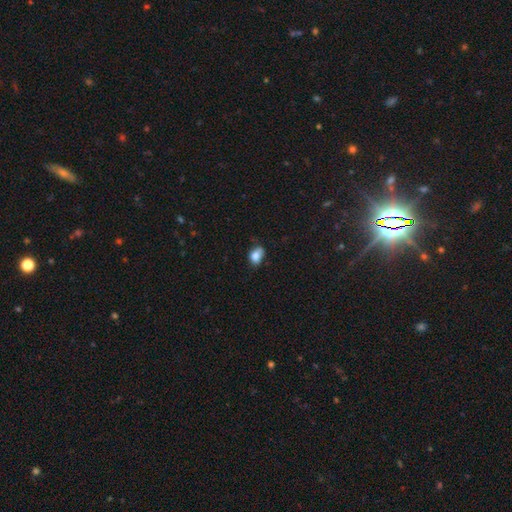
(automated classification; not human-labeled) A smooth galaxy with no disk features (81%) that is in between round and cigar-shaped (78%). Merging: none (51%).